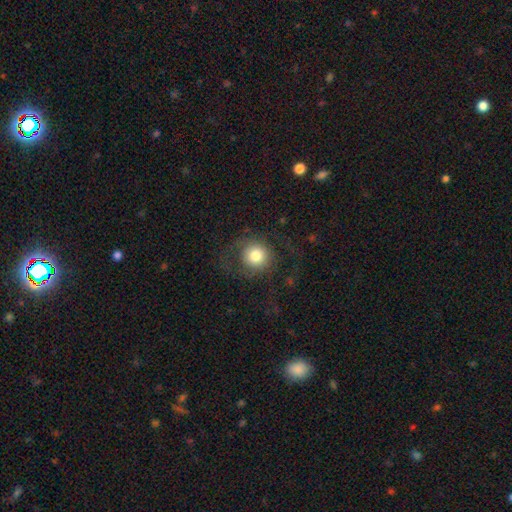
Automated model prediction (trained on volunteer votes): smooth-or-featured: smooth: 69% | featured or disk: 21% | star or artifact: 10%
  how-rounded: round: 92% | in between: 7% | cigar-shaped: 1%
  merging: none: 63% | major disturbance: 22% | minor disturbance: 13% | merger: 1%